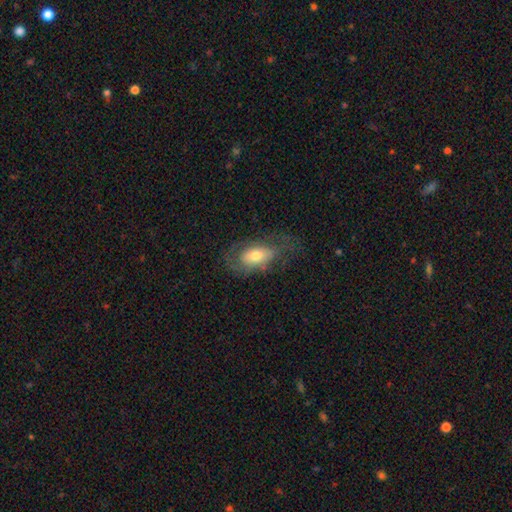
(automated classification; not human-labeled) Smooth or featured? Predicted: smooth (p=0.54). How rounded? Predicted: in between (p=0.87). Merging? Predicted: none (p=0.51).